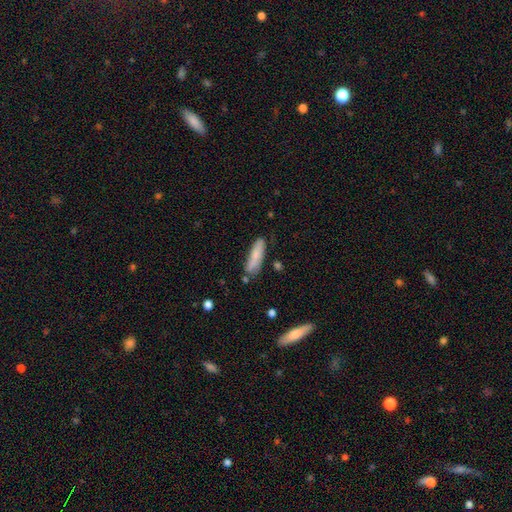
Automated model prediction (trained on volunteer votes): This is likely a smooth galaxy (76%). How rounded: likely cigar-shaped (68%). Merging: likely none (69%).